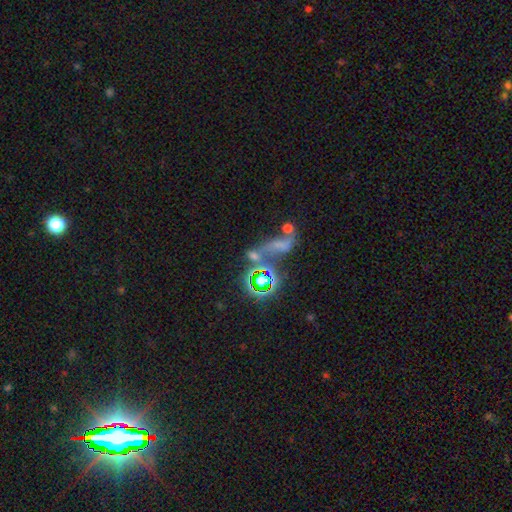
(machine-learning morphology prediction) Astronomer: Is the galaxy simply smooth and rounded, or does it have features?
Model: star or artifact — 44% (runner-up: smooth, 31%).